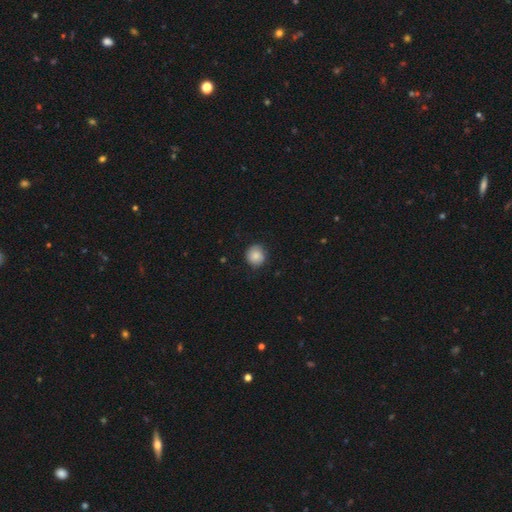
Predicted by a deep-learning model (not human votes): smooth_or_featured: smooth (p=0.83) [alt: featured or disk p=0.09]
how_rounded: round (p=0.89) [alt: in between p=0.10]
merging: none (p=0.81) [alt: minor disturbance p=0.15]